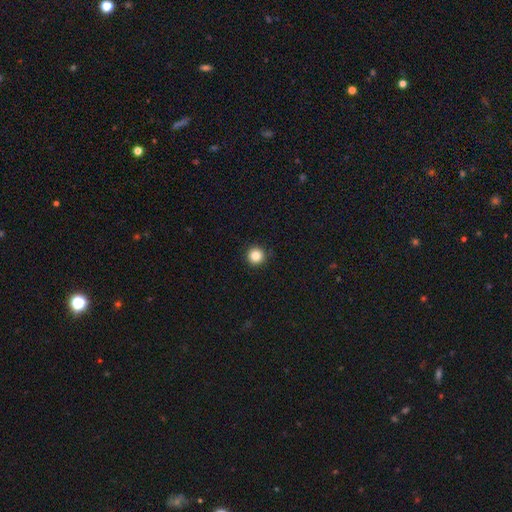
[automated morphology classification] Smooth or featured? smooth (85%)
How rounded? round (96%)
Merging? none (93%)